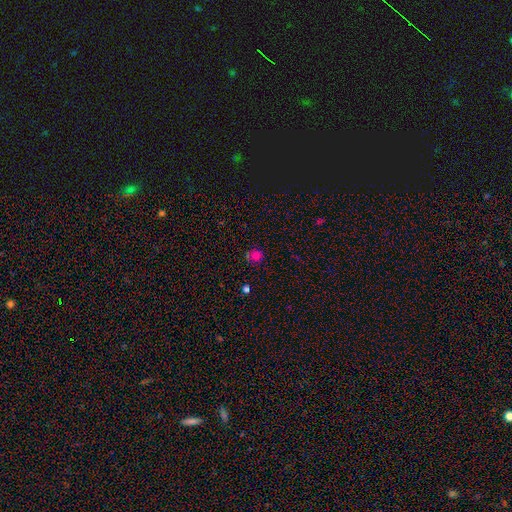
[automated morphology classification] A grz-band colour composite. It shows a smooth galaxy with no disk features (69%) that is round (82%). Merging: none (70%).